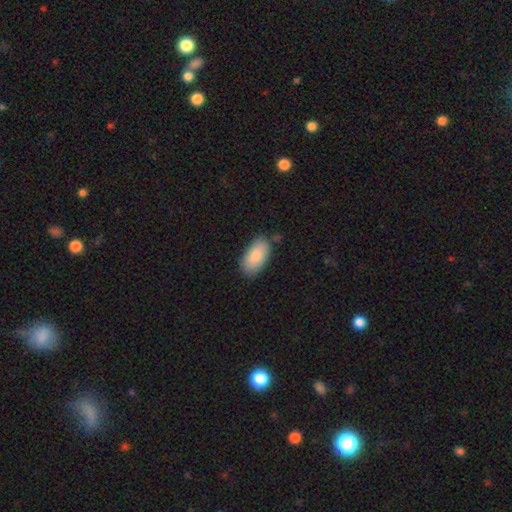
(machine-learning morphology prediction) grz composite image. It shows a smooth galaxy with no disk features (86%) that is in between round and cigar-shaped (95%). Merging: none (79%).